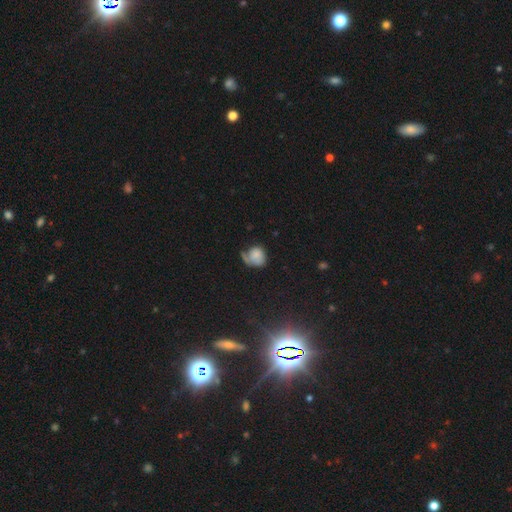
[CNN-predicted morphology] smooth 61%, featured or disk 28%, star or artifact 11%. Down the decision tree: how rounded — round (68%); merging — none (39%).